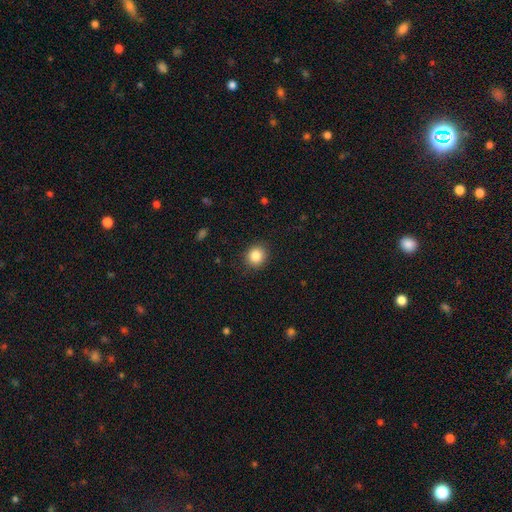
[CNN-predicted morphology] smooth-or-featured: smooth: 86% | star or artifact: 10% | featured or disk: 5%
  how-rounded: round: 82% | in between: 17% | cigar-shaped: 1%
  merging: none: 89% | minor disturbance: 8% | major disturbance: 2% | merger: 1%